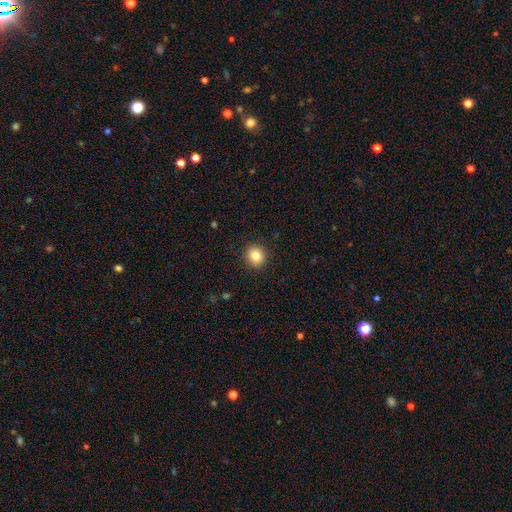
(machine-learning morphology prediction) Smooth or featured? smooth (83%)
How rounded? round (83%)
Merging? none (91%)